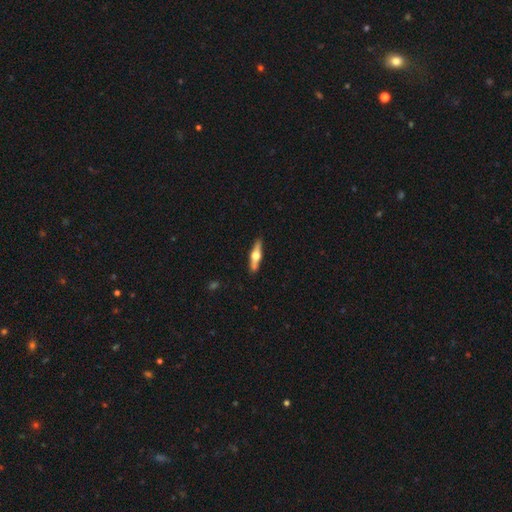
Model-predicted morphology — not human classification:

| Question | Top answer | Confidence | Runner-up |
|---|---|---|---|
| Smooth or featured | featured or disk | 67% | smooth (27%) |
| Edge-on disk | yes | 96% | no (4%) |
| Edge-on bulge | rounded | 96% | boxy (3%) |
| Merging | none | 88% | minor disturbance (8%) |